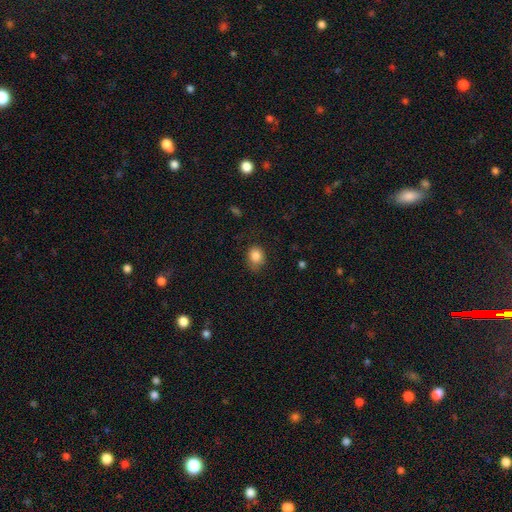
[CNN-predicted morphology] Smooth or featured? smooth (85%)
How rounded? round (53%)
Merging? none (66%)